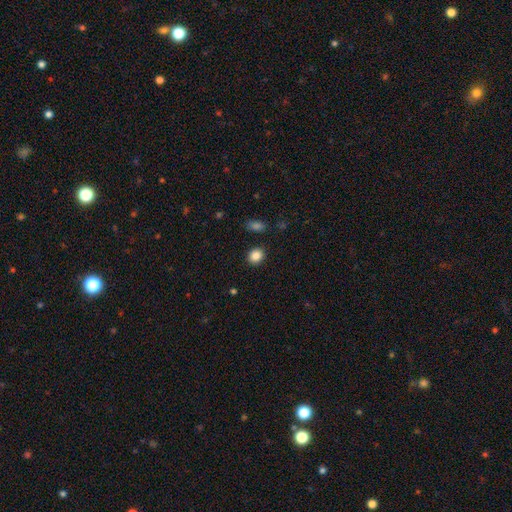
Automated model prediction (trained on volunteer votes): Smooth or featured? Predicted: smooth (p=0.86). How rounded? Predicted: round (p=0.60). Merging? Predicted: none (p=0.88).